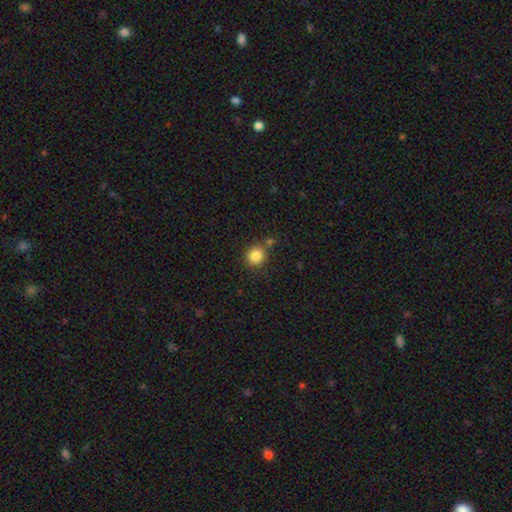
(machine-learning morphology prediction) Overall: smooth (85%). How rounded: round (87%). Merging: none (78%).